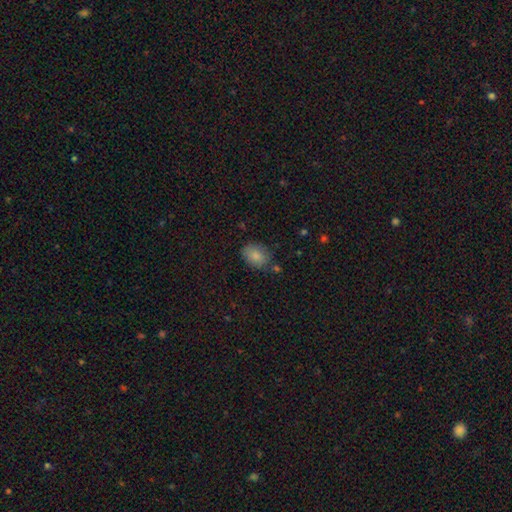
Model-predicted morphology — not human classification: Smooth or featured? smooth (85%)
How rounded? in between (72%)
Merging? none (75%)